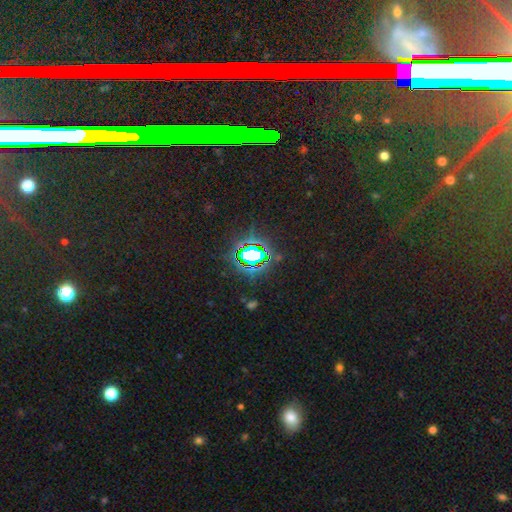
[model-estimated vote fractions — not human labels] Smooth or featured?
  - star or artifact: 78% *
  - smooth: 12%
  - featured or disk: 9%